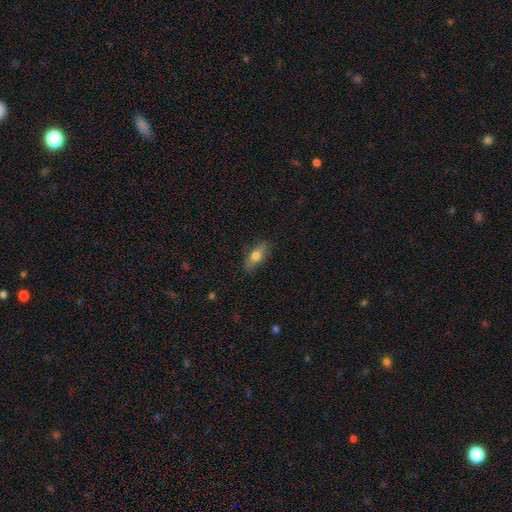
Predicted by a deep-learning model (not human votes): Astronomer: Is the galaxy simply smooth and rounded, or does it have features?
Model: smooth — 68%.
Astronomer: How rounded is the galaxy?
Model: in between — 73%.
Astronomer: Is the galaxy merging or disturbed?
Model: none — 83%.